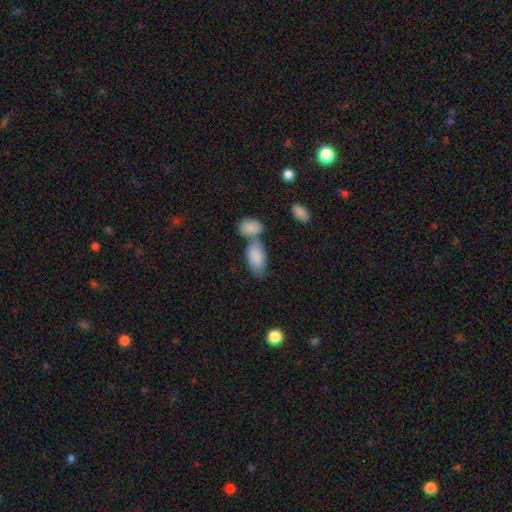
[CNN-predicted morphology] A smooth galaxy with no disk features (83%) that is in between round and cigar-shaped (93%). Merging: merger (50%).